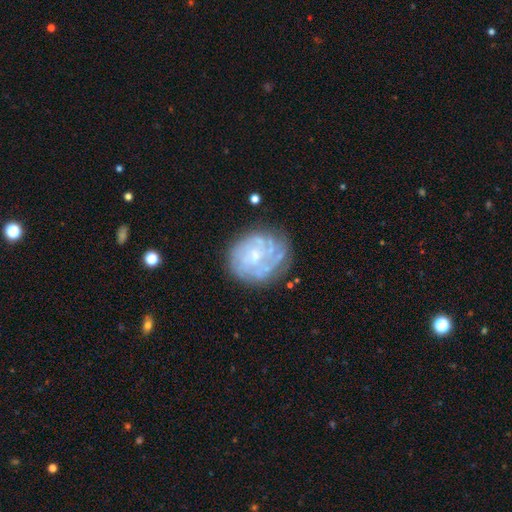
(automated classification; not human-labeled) Smooth or featured? Predicted: featured or disk (p=0.72). Edge-on disk? Predicted: no (p=0.98). Bar? Predicted: no (p=0.74). Spiral arms? Predicted: yes (p=0.76). Spiral winding? Predicted: tight (p=0.66). Spiral arm count? Predicted: can't tell (p=0.55). Bulge size? Predicted: small (p=0.61). Merging? Predicted: none (p=0.68).